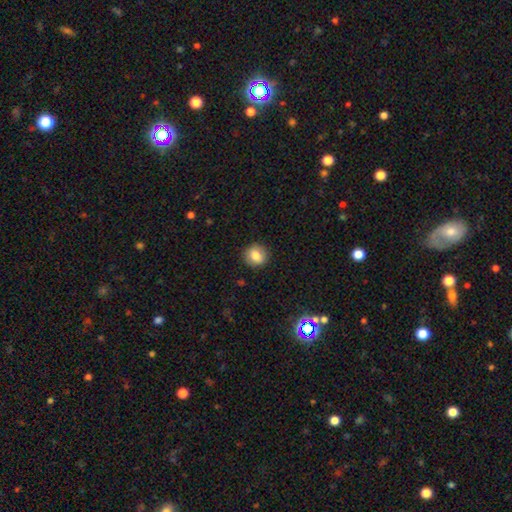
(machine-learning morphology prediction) Q: Smooth or featured?
A: smooth (81%); runner-up: featured or disk (10%)
Q: How rounded?
A: round (83%); runner-up: in between (16%)
Q: Merging?
A: none (89%); runner-up: minor disturbance (8%)